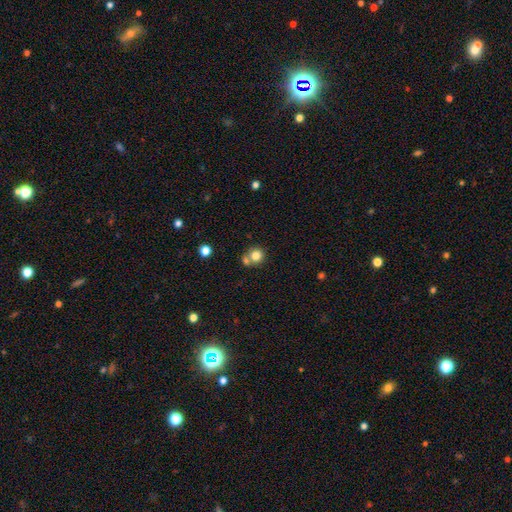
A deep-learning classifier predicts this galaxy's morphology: Smooth or featured? Predicted: smooth (p=0.79). How rounded? Predicted: round (p=0.87). Merging? Predicted: none (p=0.53).